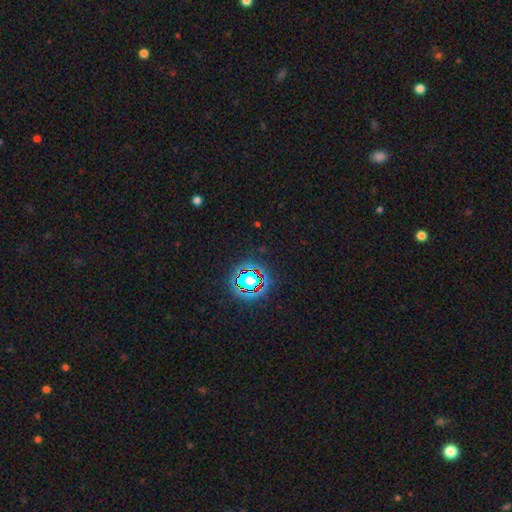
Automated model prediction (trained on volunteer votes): Smooth or featured? Predicted: star or artifact (p=0.80).